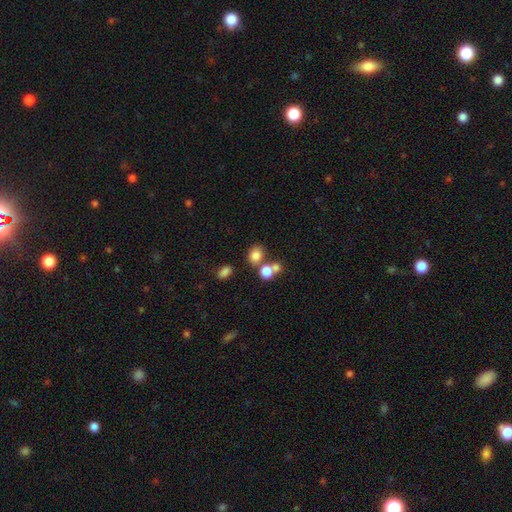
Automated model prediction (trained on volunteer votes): This is likely a smooth galaxy (79%). How rounded: likely round (60%). Merging: possibly none (57%).